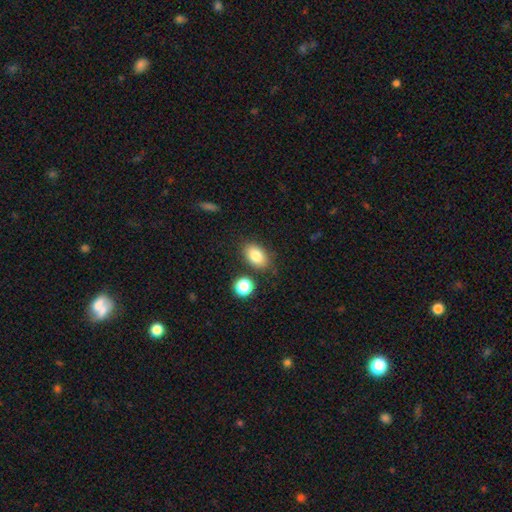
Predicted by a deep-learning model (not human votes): Smooth or featured? Predicted: smooth (p=0.83). How rounded? Predicted: in between (p=0.86). Merging? Predicted: none (p=0.78).